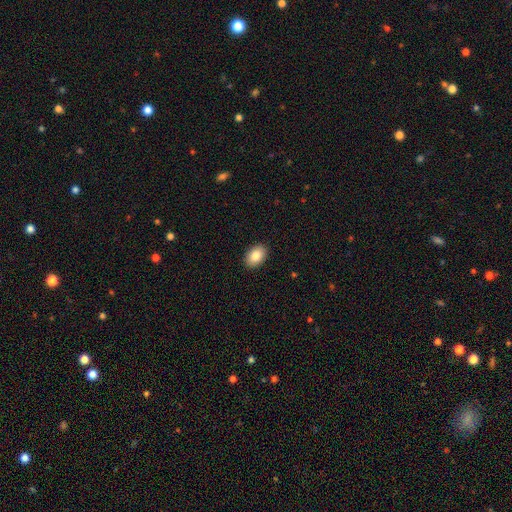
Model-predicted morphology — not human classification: A smooth galaxy with no disk features (85%) that is in between round and cigar-shaped (86%).

Vote fractions:
- Smooth or featured? smooth: 85% / star or artifact: 7% / featured or disk: 7%
- How rounded? in between: 86% / round: 13% / cigar-shaped: 1%
- Merging? none: 91% / minor disturbance: 7% / major disturbance: 2% / merger: 1%